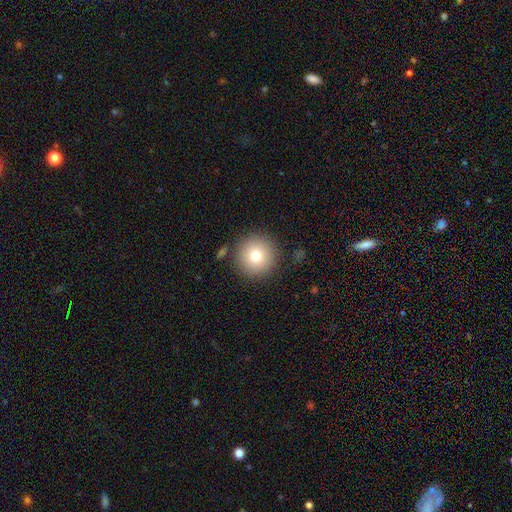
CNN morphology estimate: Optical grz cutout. It shows a smooth galaxy with no disk features (79%) that is round (96%). Merging: none (87%).